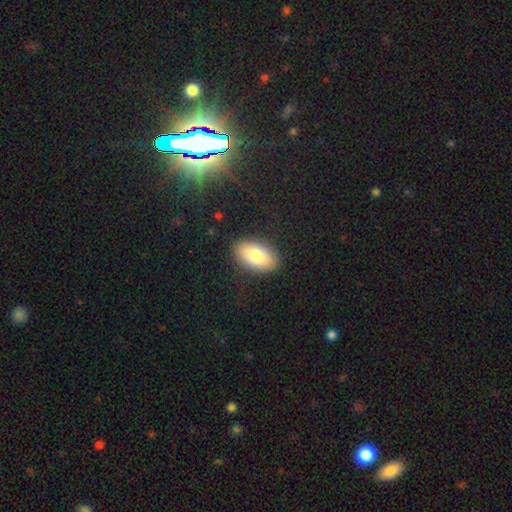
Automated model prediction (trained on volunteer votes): Smooth or featured: smooth — 81% (featured or disk — 12%)
How rounded: in between — 93% (round — 5%)
Merging: none — 88% (minor disturbance — 8%)